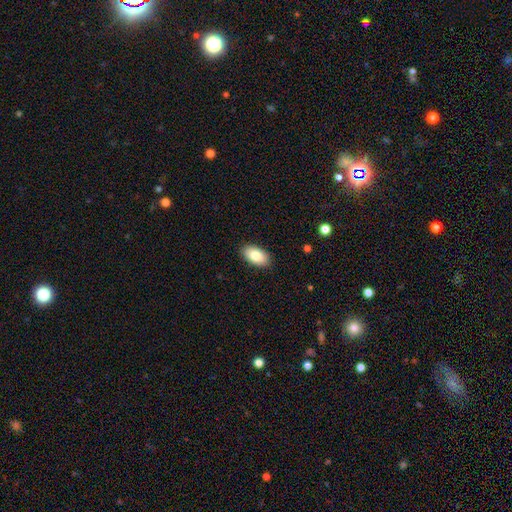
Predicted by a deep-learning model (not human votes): Q: Smooth or featured?
A: smooth (83%); runner-up: featured or disk (10%)
Q: How rounded?
A: in between (95%); runner-up: round (4%)
Q: Merging?
A: none (89%); runner-up: minor disturbance (8%)